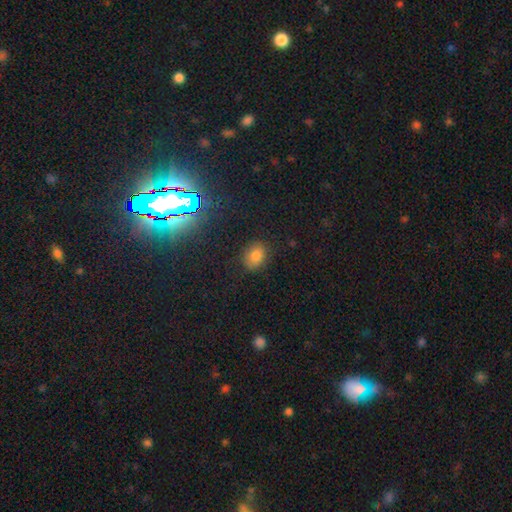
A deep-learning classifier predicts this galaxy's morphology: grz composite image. It shows a smooth galaxy with no disk features (78%) that is in between round and cigar-shaped (57%). Merging: none (81%).